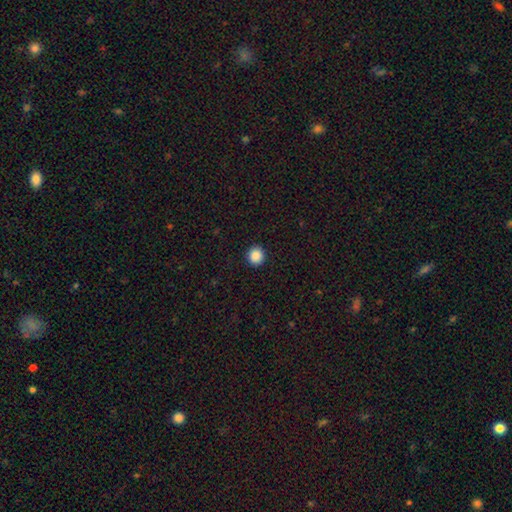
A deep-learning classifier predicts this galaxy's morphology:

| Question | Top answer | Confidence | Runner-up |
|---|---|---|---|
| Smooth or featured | smooth | 88% | star or artifact (9%) |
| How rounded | round | 92% | in between (7%) |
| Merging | none | 93% | minor disturbance (4%) |